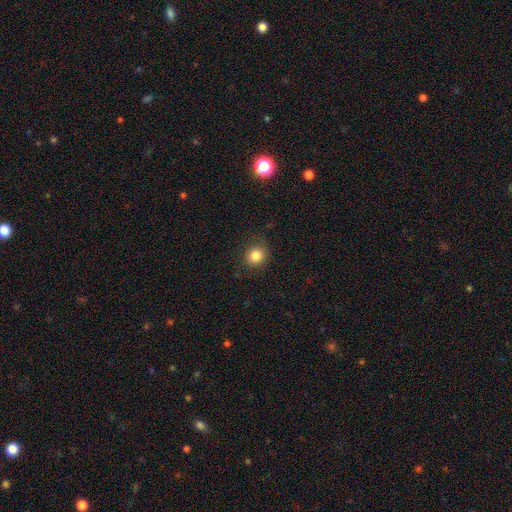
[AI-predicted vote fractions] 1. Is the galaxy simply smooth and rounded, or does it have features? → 83% smooth, 11% star or artifact, 6% featured or disk.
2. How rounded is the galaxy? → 84% round, 15% in between, 1% cigar-shaped.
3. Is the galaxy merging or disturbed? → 86% none, 10% minor disturbance, 3% major disturbance, 1% merger.